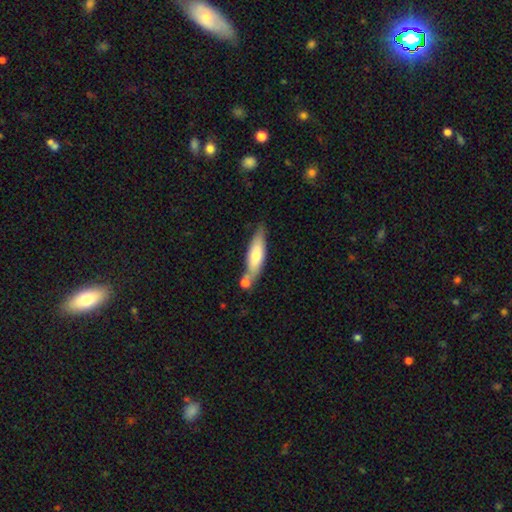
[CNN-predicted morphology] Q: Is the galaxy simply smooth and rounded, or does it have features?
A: smooth — 60%.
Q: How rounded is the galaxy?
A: cigar-shaped — 61%.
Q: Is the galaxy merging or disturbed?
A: none — 63%.